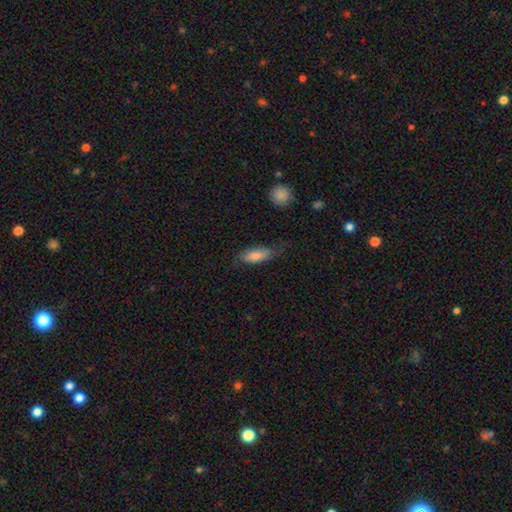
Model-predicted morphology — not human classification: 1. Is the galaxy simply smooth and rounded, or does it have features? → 81% smooth, 12% featured or disk, 6% star or artifact.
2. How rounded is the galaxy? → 71% in between, 26% cigar-shaped, 2% round.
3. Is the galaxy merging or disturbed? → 56% none, 31% minor disturbance, 11% major disturbance, 2% merger.